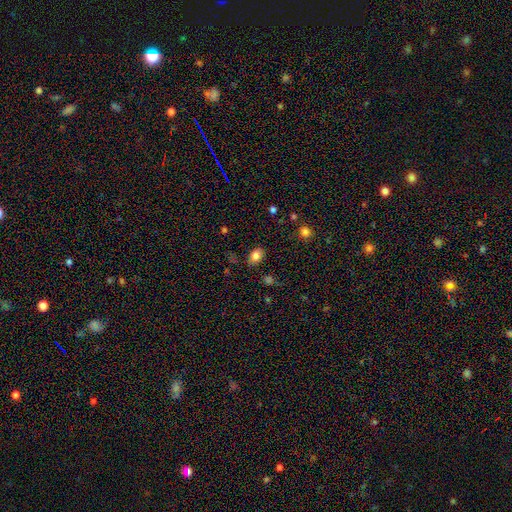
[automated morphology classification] smooth 82%, star or artifact 10%, featured or disk 7%. Down the decision tree: how rounded — in between (78%); merging — none (81%).